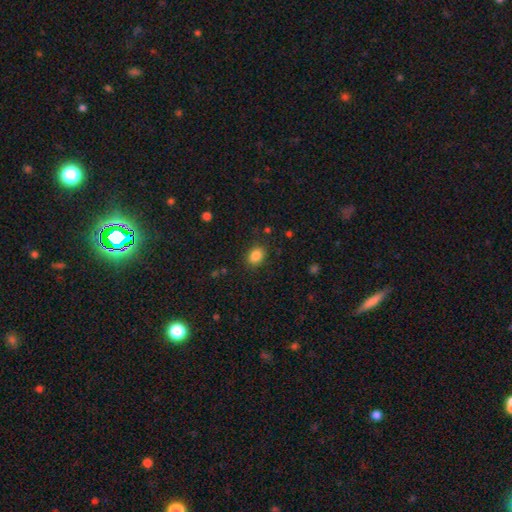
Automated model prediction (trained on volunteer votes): This is clearly a smooth galaxy (86%). How rounded: likely in between (64%). Merging: clearly none (85%).